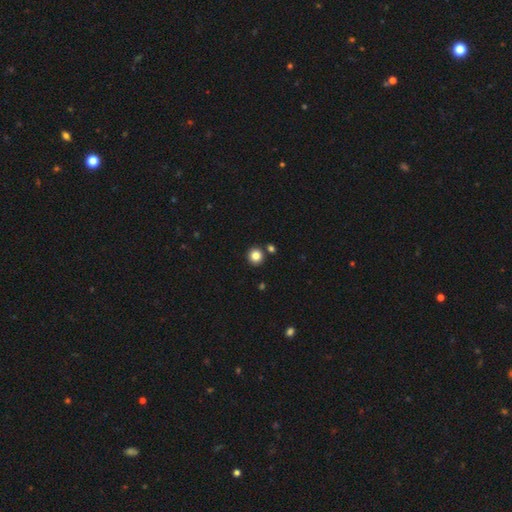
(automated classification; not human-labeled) The model was most divided on "smooth or featured": smooth: 85%, star or artifact: 11%, featured or disk: 5%. More confident: how rounded — round (92%); merging — none (86%).